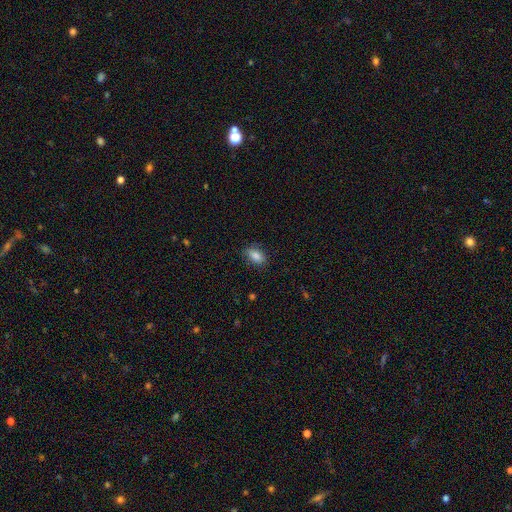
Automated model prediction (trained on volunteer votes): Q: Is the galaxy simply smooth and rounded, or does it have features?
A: smooth — 85%.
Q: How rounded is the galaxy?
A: in between — 87%.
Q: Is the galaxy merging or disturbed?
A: none — 79%.